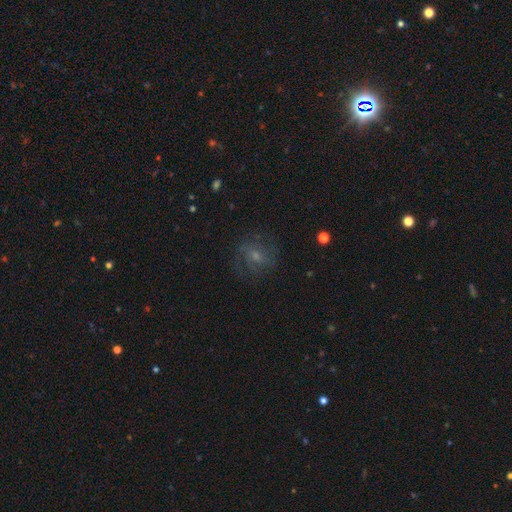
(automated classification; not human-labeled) Smooth or featured: featured or disk — 53% (smooth — 32%)
Edge-on disk: no — 96% (yes — 4%)
Bar: no — 50% (weak — 42%)
Spiral arms: yes — 79% (no — 21%)
Bulge size: small — 46% (moderate — 41%)
Merging: none — 71% (minor disturbance — 16%)